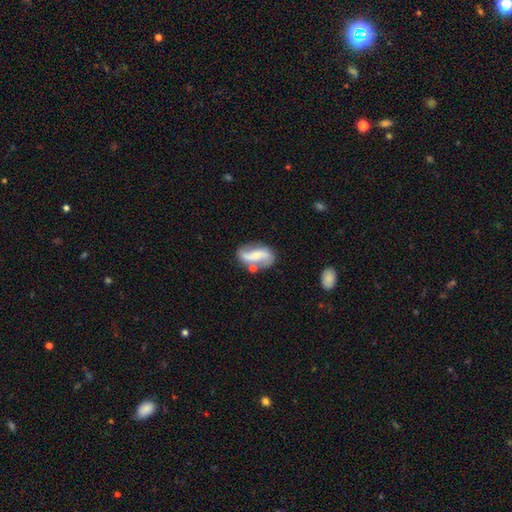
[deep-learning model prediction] A featured or disk galaxy (73%) with no bar (35%), 2 (91%) loose (63%) spiral arms (92%) and a small central bulge (47%).

Vote fractions:
- Smooth or featured? featured or disk: 73% / smooth: 20% / star or artifact: 6%
- Edge-on disk? no: 96% / yes: 4%
- Bar? no: 35% / strong: 33% / weak: 32%
- Spiral arms? yes: 92% / no: 8%
- Spiral winding? loose: 63% / medium: 27% / tight: 10%
- Spiral arm count? 2: 91% / can't tell: 4% / 1: 3% / 3: 1% / 4: 1% / more than 4: 1%
- Bulge size? small: 47% / moderate: 35% / none: 11% / large: 5% / dominant: 2%
- Merging? none: 68% / minor disturbance: 17% / merger: 9% / major disturbance: 6%